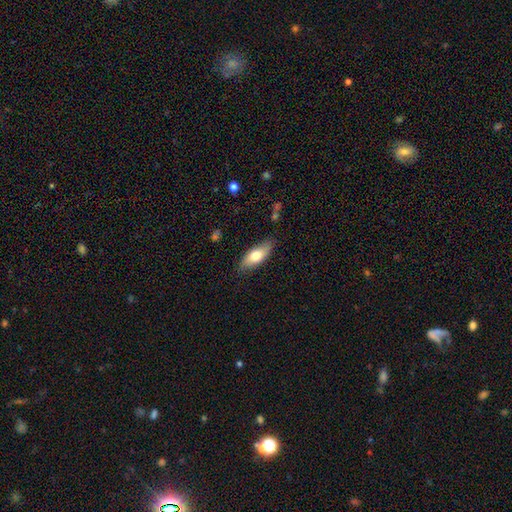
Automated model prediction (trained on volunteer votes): smooth_or_featured: smooth (p=0.70) [alt: featured or disk p=0.24]
how_rounded: in between (p=0.76) [alt: cigar-shaped p=0.22]
merging: none (p=0.81) [alt: minor disturbance p=0.15]